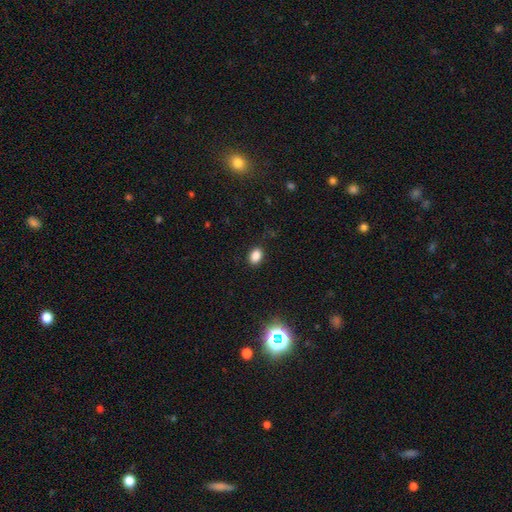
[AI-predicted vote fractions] Smooth or featured? smooth (85%)
How rounded? in between (73%)
Merging? none (87%)